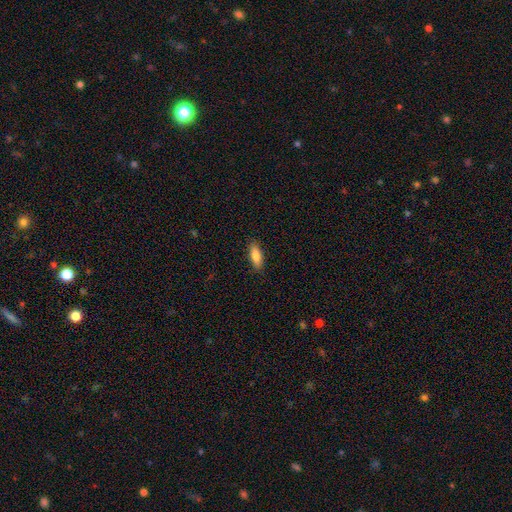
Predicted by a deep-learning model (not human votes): Morphology: type=smooth (82%); roundness=in between (63%); merging=none (88%).